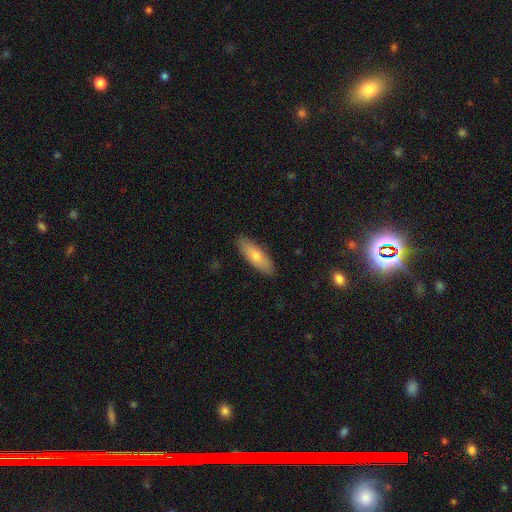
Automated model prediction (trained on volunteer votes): A smooth galaxy with no disk features (72%) that is in between round and cigar-shaped (54%).

Vote fractions:
- Smooth or featured? smooth: 72% / featured or disk: 22% / star or artifact: 6%
- How rounded? in between: 54% / cigar-shaped: 44% / round: 2%
- Merging? none: 89% / minor disturbance: 9% / major disturbance: 2% / merger: 1%